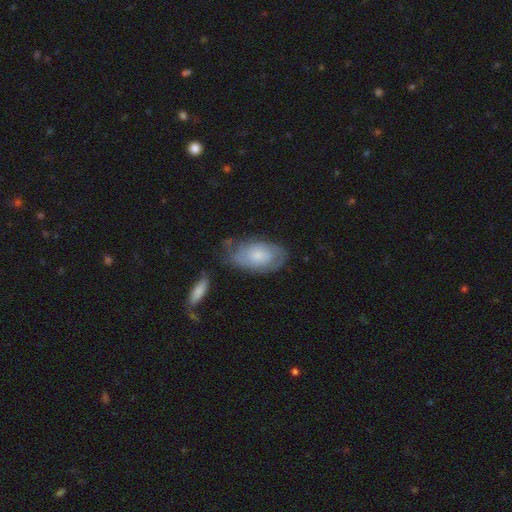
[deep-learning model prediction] smooth-or-featured: smooth: 49% | featured or disk: 44% | star or artifact: 7%
  merging: none: 61% | minor disturbance: 25% | major disturbance: 9% | merger: 4%